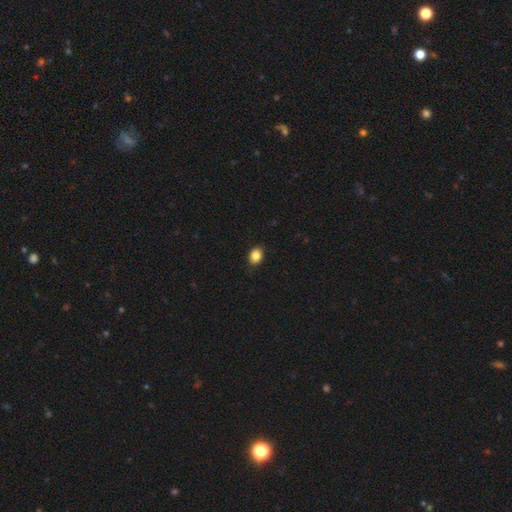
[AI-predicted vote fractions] Smooth or featured?
  - smooth: 87% *
  - star or artifact: 9%
  - featured or disk: 4%
How rounded?
  - in between: 63% *
  - round: 36%
  - cigar-shaped: 1%
Merging?
  - none: 89% *
  - minor disturbance: 9%
  - major disturbance: 2%
  - merger: 1%